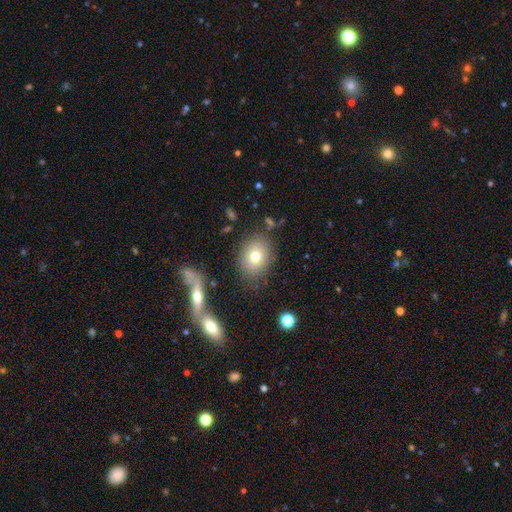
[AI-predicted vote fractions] smooth 68%, featured or disk 17%, star or artifact 16%. Down the decision tree: how rounded — in between (52%); merging — none (77%).